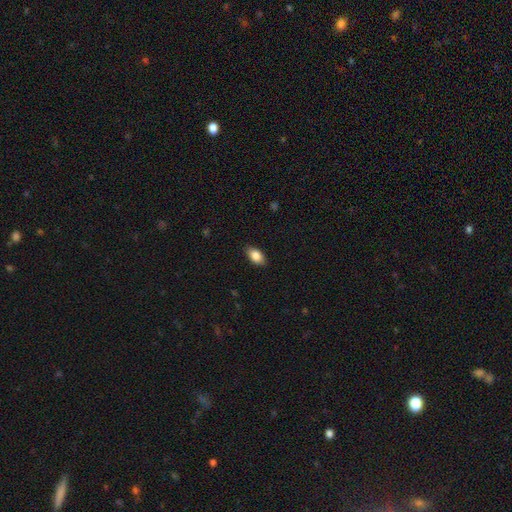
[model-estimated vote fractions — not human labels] The model was most divided on "merging": none: 86%, minor disturbance: 10%, major disturbance: 2%, merger: 1%. More confident: how rounded — in between (91%); smooth or featured — smooth (86%).